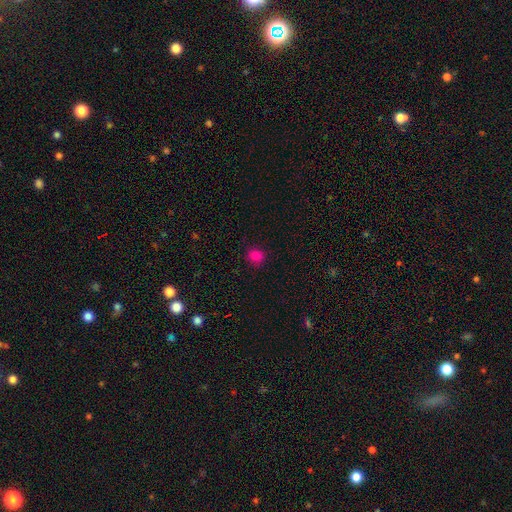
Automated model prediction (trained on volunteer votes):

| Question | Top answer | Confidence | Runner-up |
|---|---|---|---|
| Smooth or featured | smooth | 81% | star or artifact (16%) |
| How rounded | round | 79% | in between (20%) |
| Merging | none | 88% | minor disturbance (9%) |